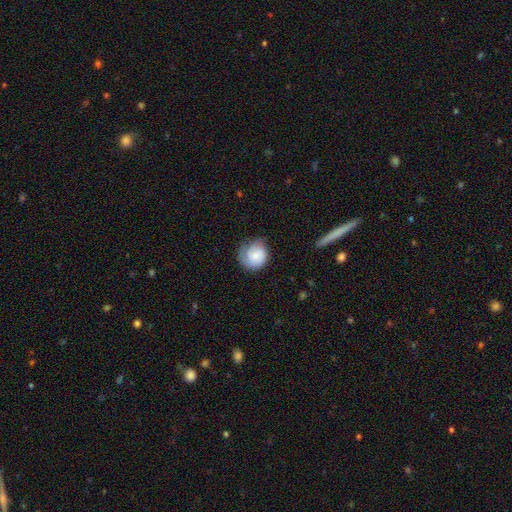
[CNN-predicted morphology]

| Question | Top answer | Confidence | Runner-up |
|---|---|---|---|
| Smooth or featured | smooth | 51% | featured or disk (41%) |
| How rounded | round | 78% | in between (21%) |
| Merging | none | 57% | minor disturbance (28%) |